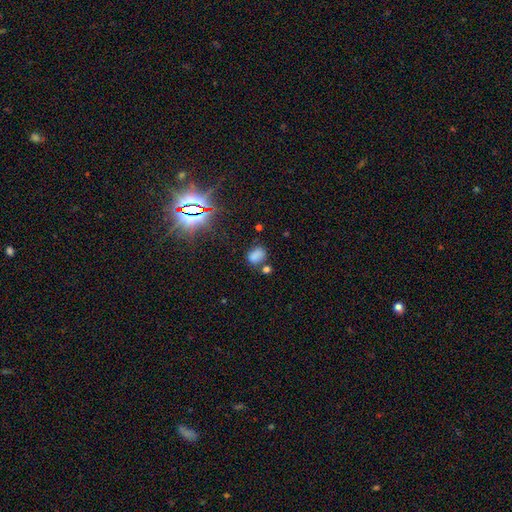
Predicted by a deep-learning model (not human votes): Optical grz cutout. It shows a smooth galaxy with no disk features (73%) that is in between round and cigar-shaped (74%). Merging: none (62%).